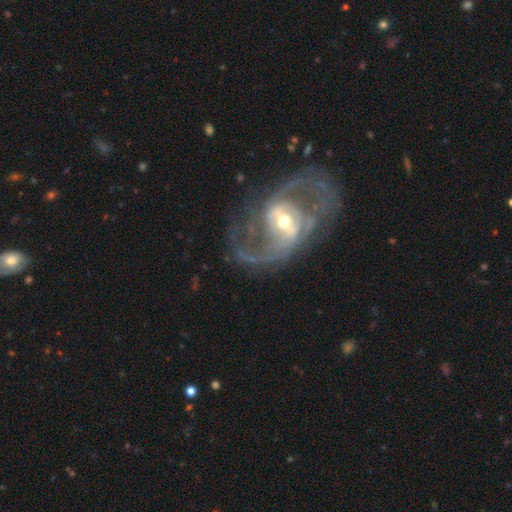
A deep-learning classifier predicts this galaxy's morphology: This is clearly a featured or disk galaxy (90%). It is clearly not viewed edge-on (97%). Bar: marginally weak (42%). Spiral arm pattern: clearly yes (95%). Spiral arm count: clearly 2 (87%). Spiral winding: possibly medium (50%). Central bulge: possibly moderate (52%). Merging: likely none (70%).